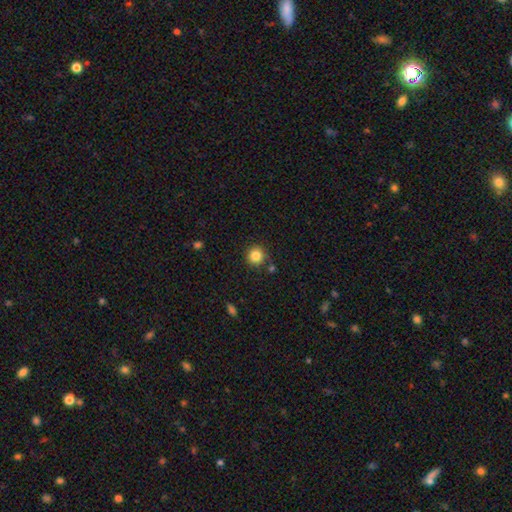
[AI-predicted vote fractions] Smooth or featured: smooth — 84% (star or artifact — 11%)
How rounded: round — 93% (in between — 6%)
Merging: none — 83% (minor disturbance — 9%)